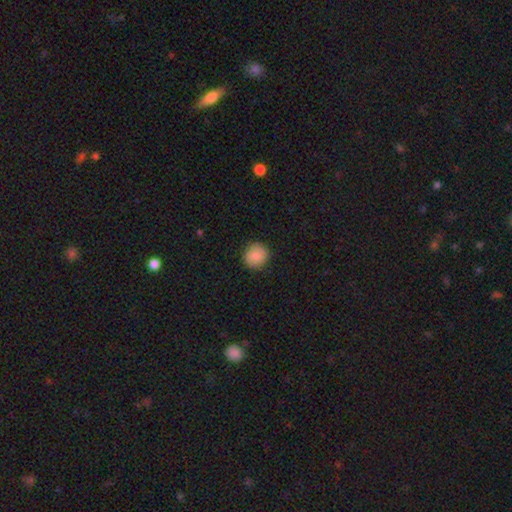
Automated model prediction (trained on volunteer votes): smooth 81%, featured or disk 11%, star or artifact 8%. Down the decision tree: how rounded — round (91%); merging — none (88%).